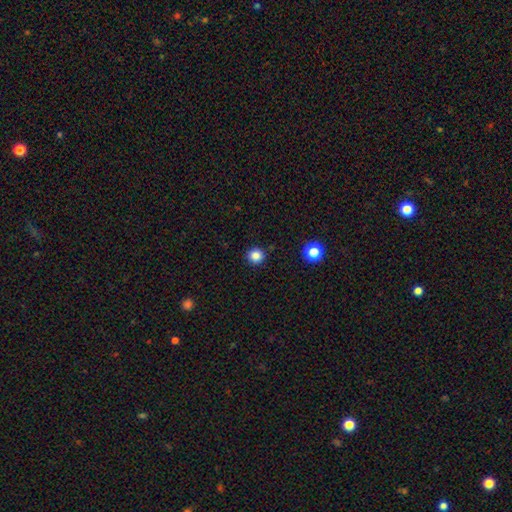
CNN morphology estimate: This is clearly a smooth galaxy (84%). How rounded: clearly round (93%). Merging: clearly none (91%).